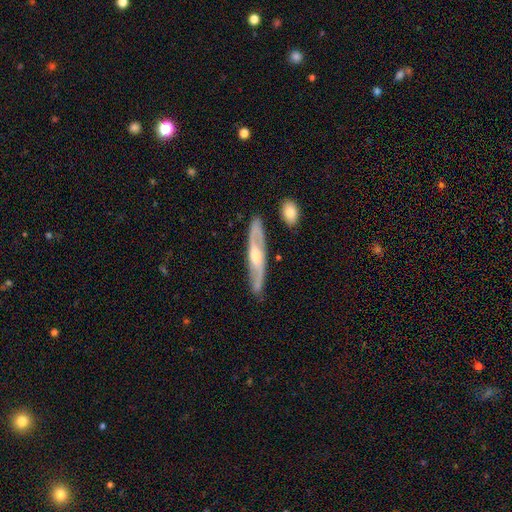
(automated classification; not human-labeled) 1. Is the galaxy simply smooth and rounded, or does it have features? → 78% featured or disk, 15% smooth, 6% star or artifact.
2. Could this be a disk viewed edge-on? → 53% no, 47% yes.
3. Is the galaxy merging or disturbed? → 82% none, 12% minor disturbance, 3% major disturbance, 3% merger.